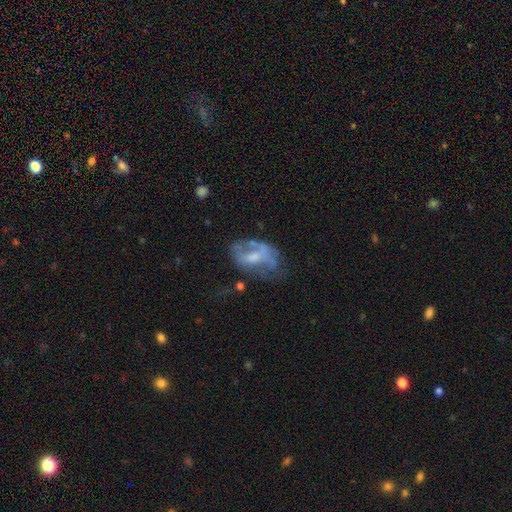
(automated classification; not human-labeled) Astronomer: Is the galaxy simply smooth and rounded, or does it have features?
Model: featured or disk — 59%.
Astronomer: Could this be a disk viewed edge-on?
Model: no — 96%.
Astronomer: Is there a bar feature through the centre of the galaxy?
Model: no — 63%.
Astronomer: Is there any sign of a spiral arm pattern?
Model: no — 65%.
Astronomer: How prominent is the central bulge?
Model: moderate — 43% (runner-up: small, 28%).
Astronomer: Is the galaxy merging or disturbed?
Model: major disturbance — 36% (runner-up: none, 33%).